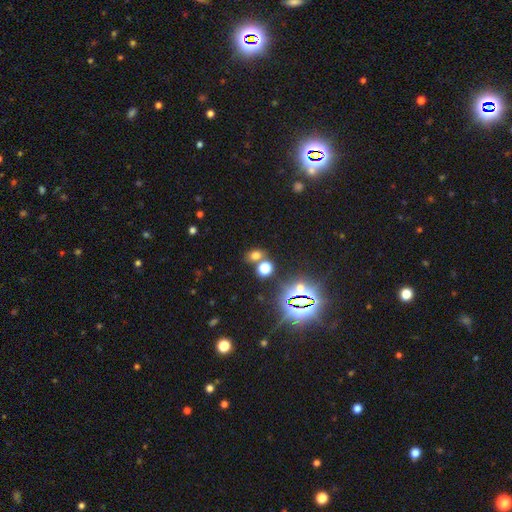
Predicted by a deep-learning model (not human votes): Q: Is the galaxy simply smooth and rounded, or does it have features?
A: smooth — 58%.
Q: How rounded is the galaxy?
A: in between — 50%.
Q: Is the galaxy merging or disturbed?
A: none — 62%.